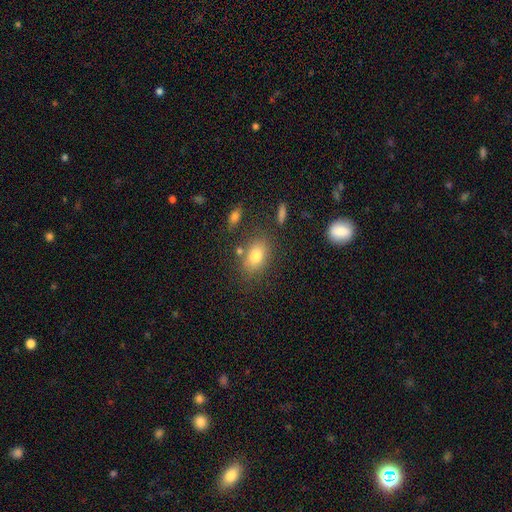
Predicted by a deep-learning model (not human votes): This is likely a smooth galaxy (78%). How rounded: clearly in between (80%). Merging: likely none (75%).